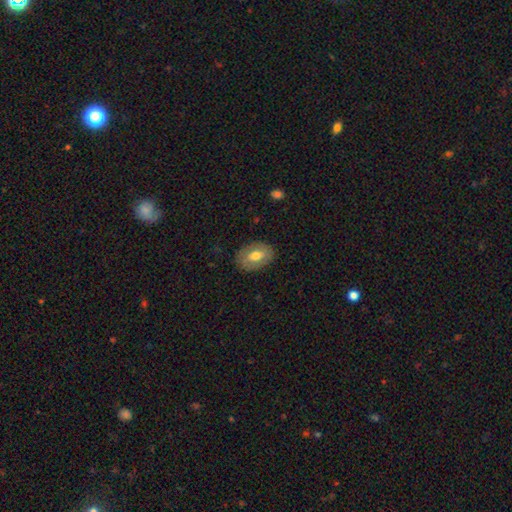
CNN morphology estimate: Smooth or featured?
  - smooth: 63% *
  - featured or disk: 30%
  - star or artifact: 7%
How rounded?
  - in between: 81% *
  - round: 18%
  - cigar-shaped: 1%
Merging?
  - none: 84% *
  - minor disturbance: 11%
  - major disturbance: 3%
  - merger: 1%